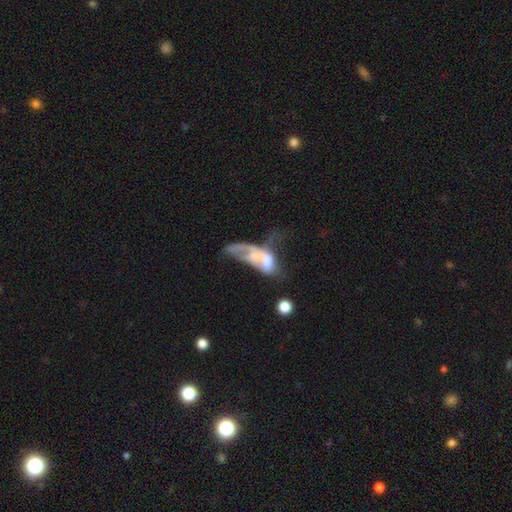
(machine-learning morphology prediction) Smooth or featured? featured or disk (53%)
Edge-on disk? no (88%)
Merging? merger (43%)